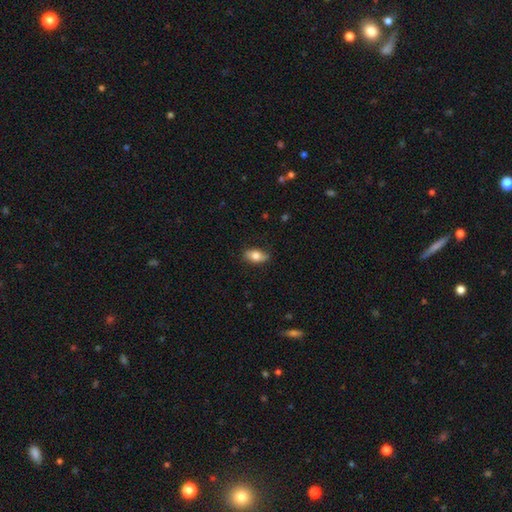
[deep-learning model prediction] Overall: smooth (75%). How rounded: in between (87%). Merging: none (82%).